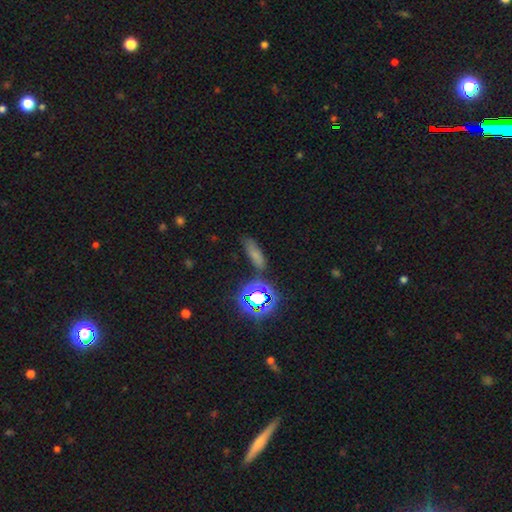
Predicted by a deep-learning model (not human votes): Smooth or featured?
  - smooth: 62% *
  - star or artifact: 27%
  - featured or disk: 11%
How rounded?
  - in between: 48% *
  - cigar-shaped: 45%
  - round: 7%
Merging?
  - none: 73% *
  - minor disturbance: 16%
  - merger: 6%
  - major disturbance: 5%